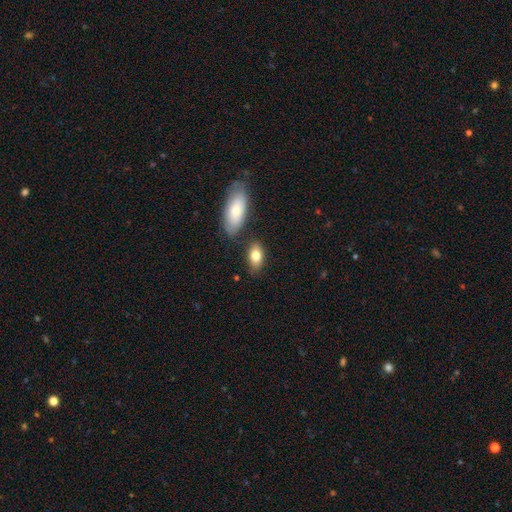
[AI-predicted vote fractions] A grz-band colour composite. It shows a smooth galaxy with no disk features (79%) that is in between round and cigar-shaped (89%). Merging: none (74%).